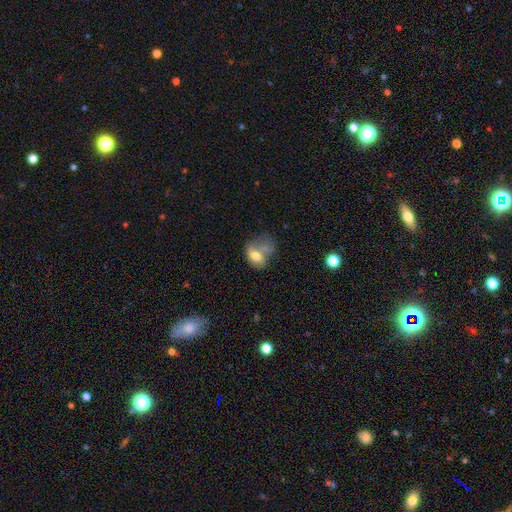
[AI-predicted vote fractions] Smooth or featured? Predicted: smooth (p=0.68). How rounded? Predicted: in between (p=0.70). Merging? Predicted: merger (p=0.34).